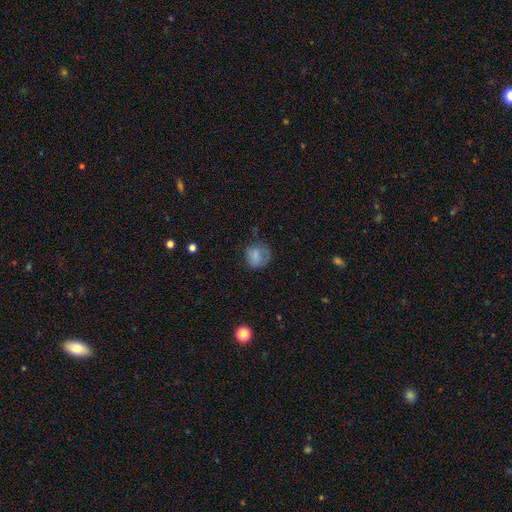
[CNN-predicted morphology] Q: Smooth or featured?
A: smooth (76%); runner-up: featured or disk (14%)
Q: How rounded?
A: round (77%); runner-up: in between (22%)
Q: Merging?
A: none (57%); runner-up: minor disturbance (26%)